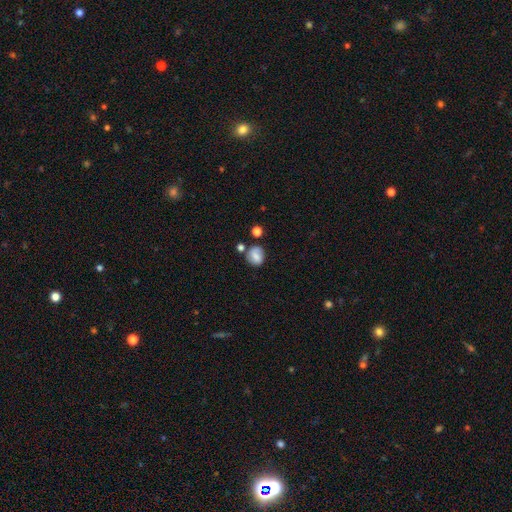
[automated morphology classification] Smooth or featured: smooth — 66% (featured or disk — 24%)
How rounded: round — 64% (in between — 35%)
Merging: none — 62% (minor disturbance — 20%)